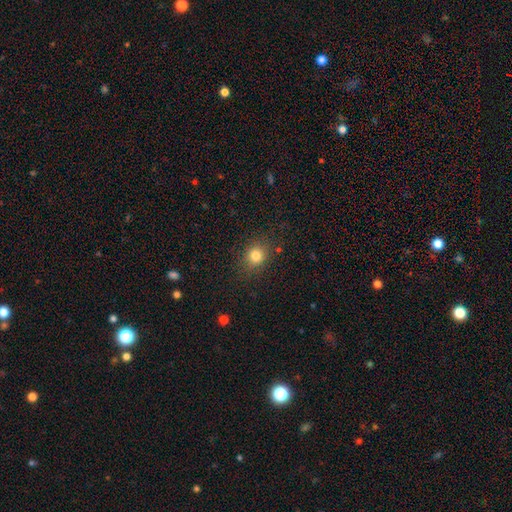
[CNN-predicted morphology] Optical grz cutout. It shows a smooth galaxy with no disk features (80%) that is round (72%). Merging: none (85%).